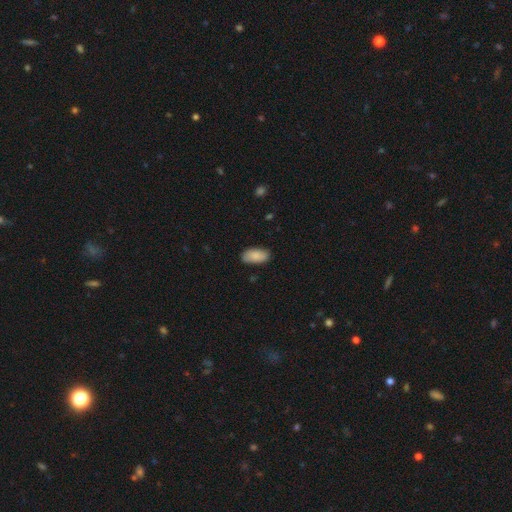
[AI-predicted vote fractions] smooth 88%, star or artifact 6%, featured or disk 6%. Down the decision tree: how rounded — in between (94%); merging — none (85%).